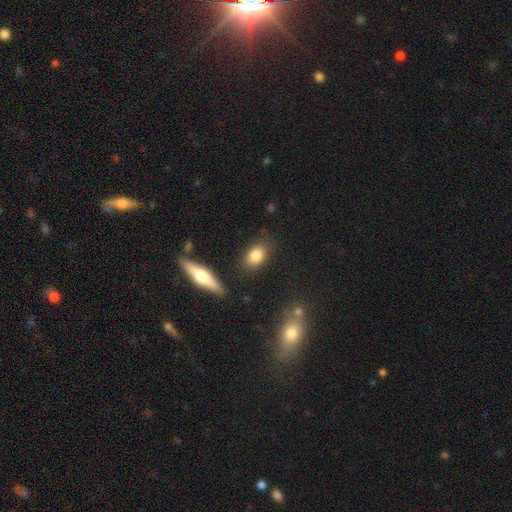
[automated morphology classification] A smooth galaxy with no disk features (82%) that is in between round and cigar-shaped (78%). Merging: none (83%).